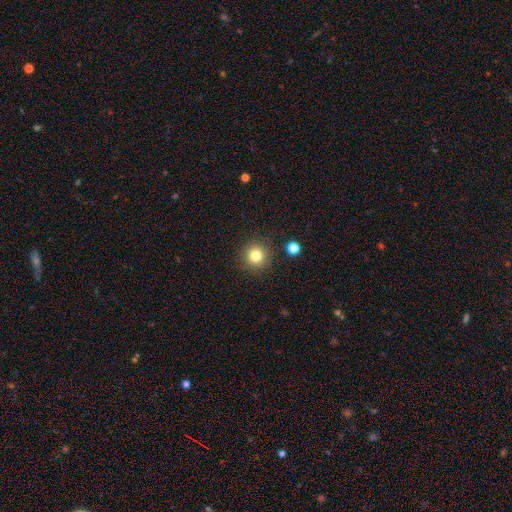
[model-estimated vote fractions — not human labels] Smooth or featured: smooth — 81% (star or artifact — 13%)
How rounded: round — 95% (in between — 4%)
Merging: none — 89% (minor disturbance — 6%)